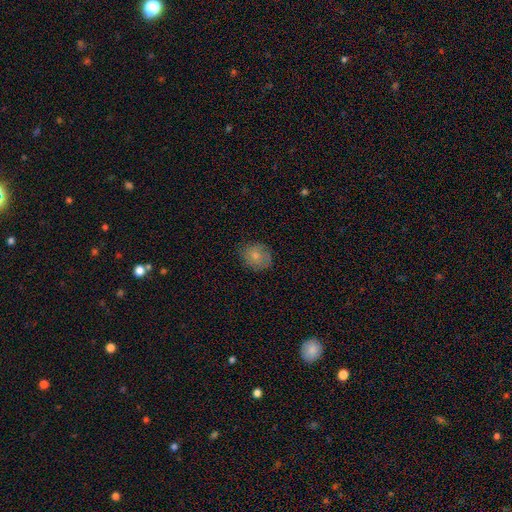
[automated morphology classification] This appears to be a smooth galaxy with no disk features (74%) that is round (65%). Merging: none (73%).